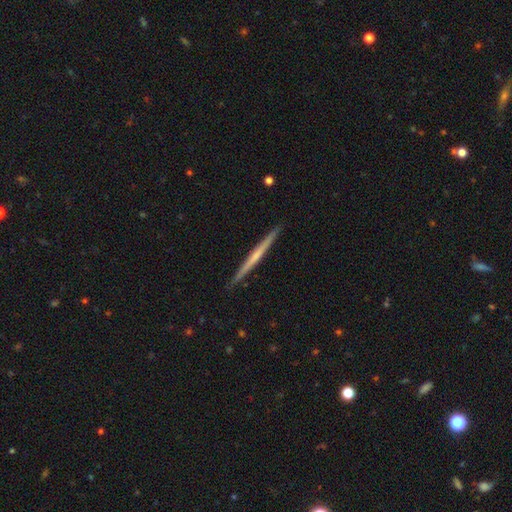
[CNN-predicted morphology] The model was most divided on "smooth or featured": featured or disk: 61%, smooth: 34%, star or artifact: 5%. More confident: edge-on disk — yes (98%); merging — none (92%); edge-on bulge — none (72%).